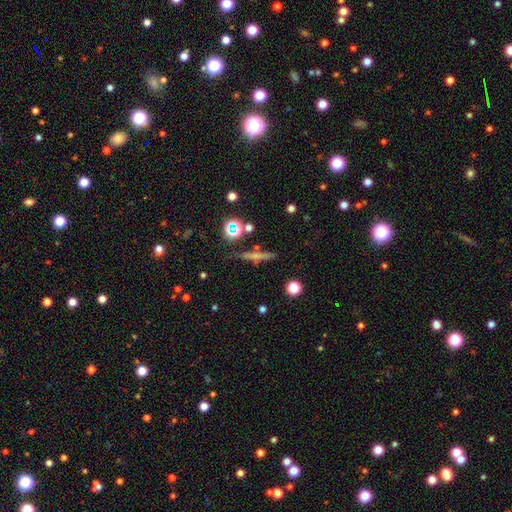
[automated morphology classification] smooth_or_featured: smooth (p=0.52) [alt: featured or disk p=0.34]
how_rounded: cigar-shaped (p=0.84) [alt: round p=0.08]
merging: none (p=0.79) [alt: minor disturbance p=0.13]